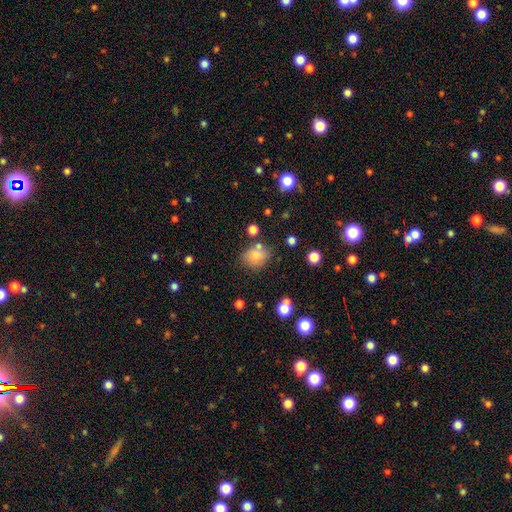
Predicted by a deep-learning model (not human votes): smooth_or_featured: smooth (p=0.78) [alt: star or artifact p=0.12]
how_rounded: round (p=0.59) [alt: in between p=0.40]
merging: none (p=0.69) [alt: minor disturbance p=0.15]